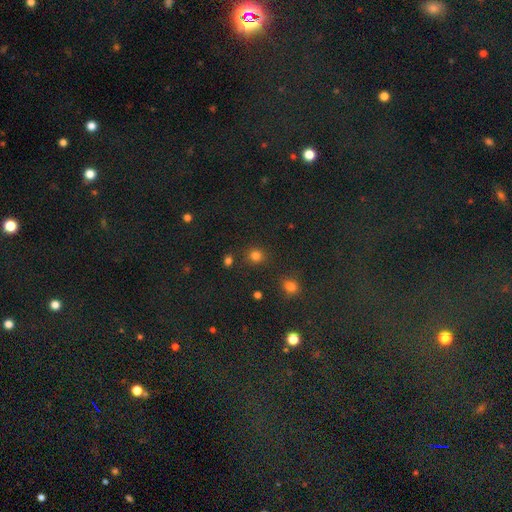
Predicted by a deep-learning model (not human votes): The model was most divided on "smooth or featured": smooth: 78%, star or artifact: 17%, featured or disk: 5%. More confident: how rounded — round (86%); merging — none (82%).